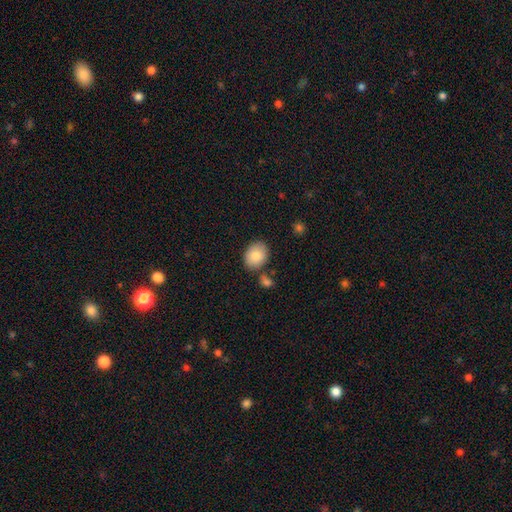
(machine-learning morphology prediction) A smooth galaxy with no disk features (85%) that is in between round and cigar-shaped (61%). Merging: none (78%).